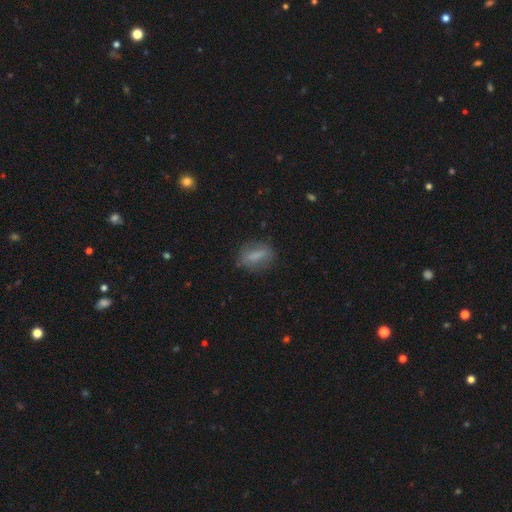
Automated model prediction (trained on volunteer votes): A smooth galaxy with no disk features (70%) that is in between round and cigar-shaped (64%). Merging: none (76%).